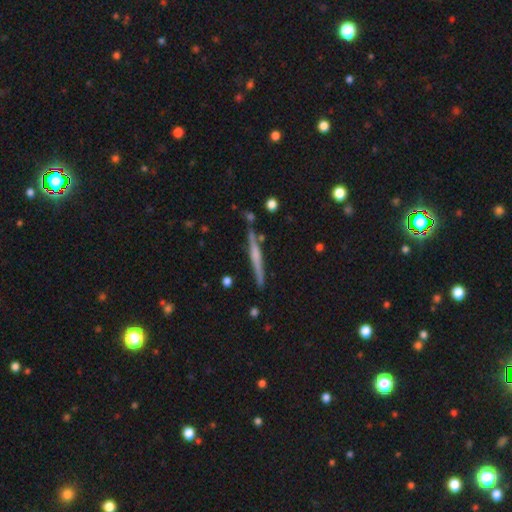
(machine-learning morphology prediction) smooth-or-featured: featured or disk: 61% | smooth: 33% | star or artifact: 6%
  disk-edge-on: yes: 97% | no: 3%
    edge-on-bulge: none: 44% | rounded: 41% | boxy: 15%
  merging: none: 85% | minor disturbance: 10% | merger: 3% | major disturbance: 2%